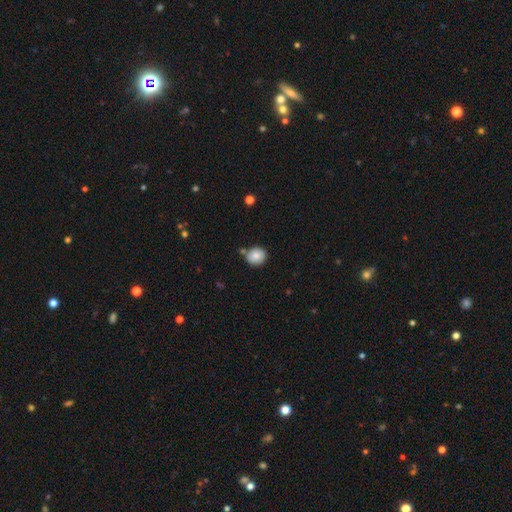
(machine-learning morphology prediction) Overall: smooth (83%). How rounded: round (86%). Merging: none (73%).